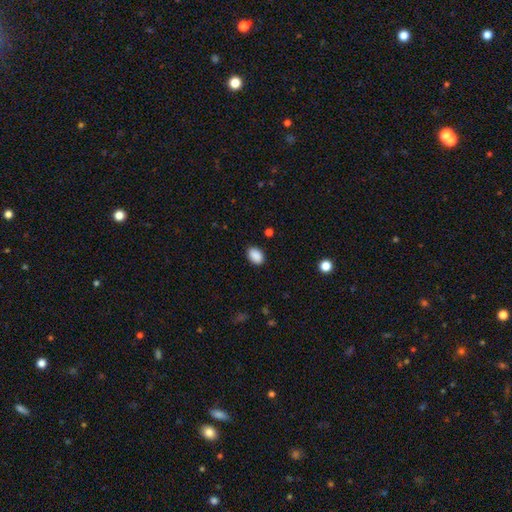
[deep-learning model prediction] Smooth or featured? Predicted: smooth (p=0.90). How rounded? Predicted: in between (p=0.84). Merging? Predicted: none (p=0.87).